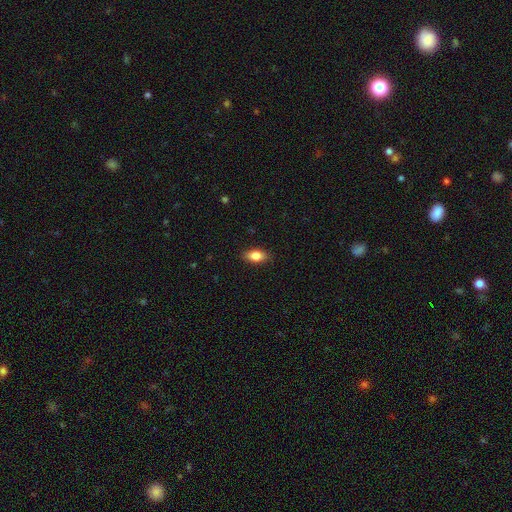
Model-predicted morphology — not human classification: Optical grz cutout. It shows a smooth galaxy with no disk features (82%) that is in between round and cigar-shaped (87%). Merging: none (87%).